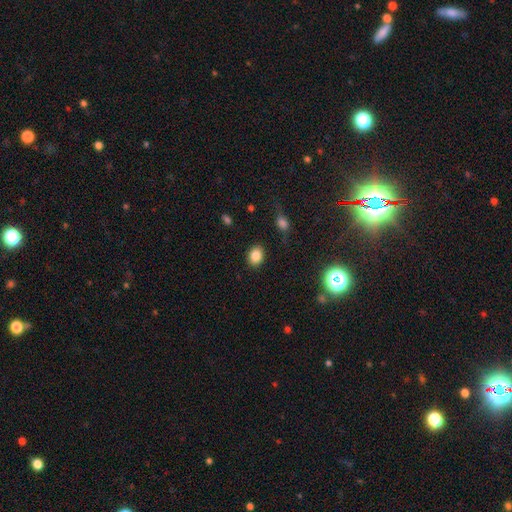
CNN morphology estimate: smooth-or-featured: smooth: 84% | star or artifact: 10% | featured or disk: 6%
  how-rounded: in between: 59% | round: 40% | cigar-shaped: 1%
  merging: none: 86% | minor disturbance: 9% | major disturbance: 3% | merger: 2%